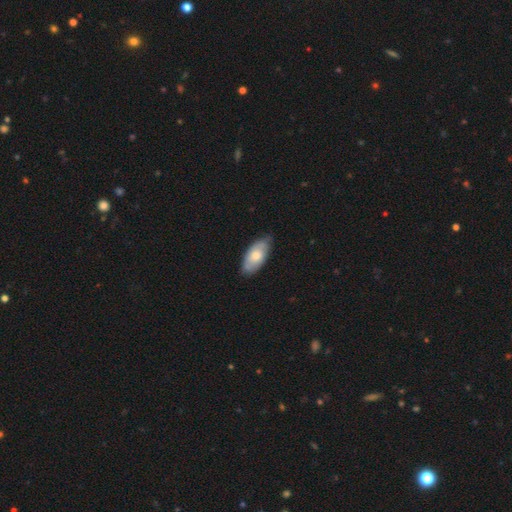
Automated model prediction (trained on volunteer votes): Q: Smooth or featured?
A: smooth (60%); runner-up: featured or disk (34%)
Q: How rounded?
A: in between (92%); runner-up: cigar-shaped (6%)
Q: Merging?
A: none (75%); runner-up: minor disturbance (21%)